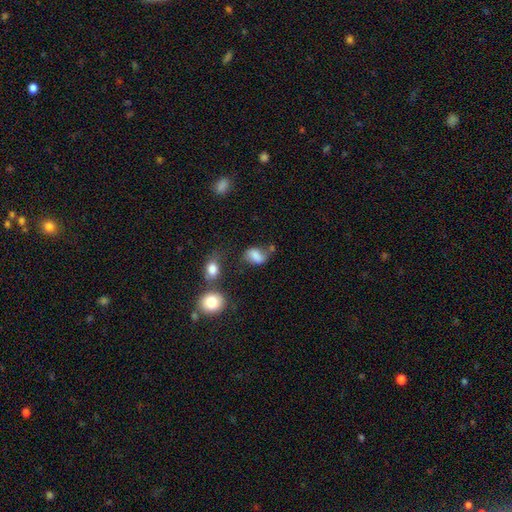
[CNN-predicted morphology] smooth-or-featured: smooth: 72% | featured or disk: 17% | star or artifact: 11%
  how-rounded: in between: 76% | round: 22% | cigar-shaped: 2%
  merging: none: 46% | minor disturbance: 28% | major disturbance: 14% | merger: 13%